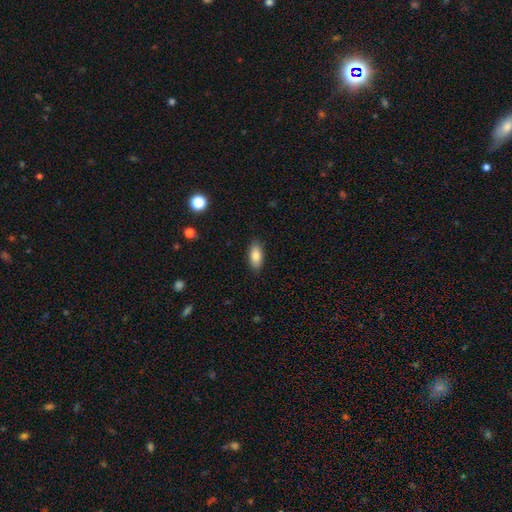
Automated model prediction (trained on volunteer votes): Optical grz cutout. It shows a smooth galaxy with no disk features (83%) that is in between round and cigar-shaped (88%). Merging: none (87%).